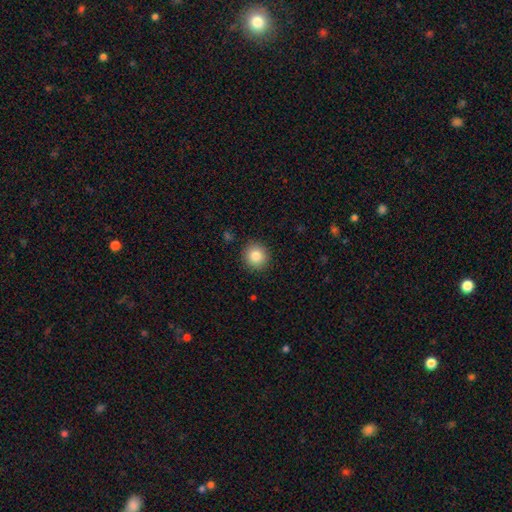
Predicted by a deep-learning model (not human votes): Smooth or featured?
  - smooth: 85% *
  - star or artifact: 9%
  - featured or disk: 6%
How rounded?
  - round: 92% *
  - in between: 7%
  - cigar-shaped: 1%
Merging?
  - none: 91% *
  - minor disturbance: 6%
  - major disturbance: 2%
  - merger: 1%